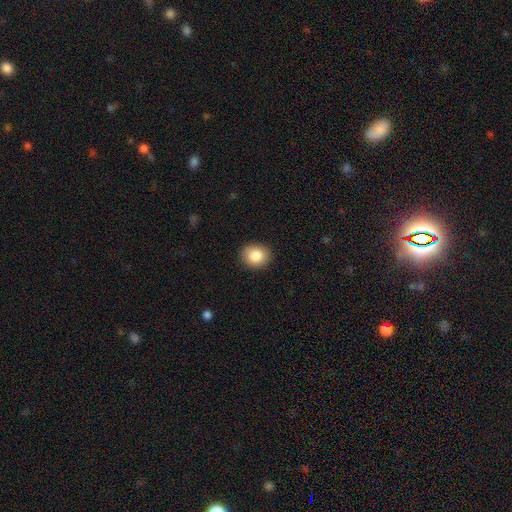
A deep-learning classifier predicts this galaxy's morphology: type=smooth (85%); roundness=round (68%); merging=none (89%).